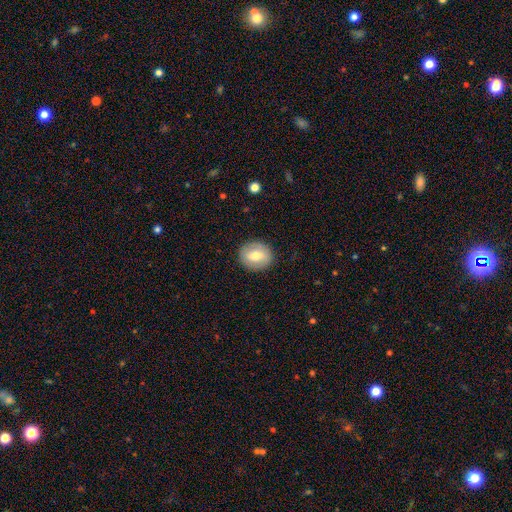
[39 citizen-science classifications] This appears to be a smooth galaxy with no disk features (59%) that is round (65%). Merging: none (97%).